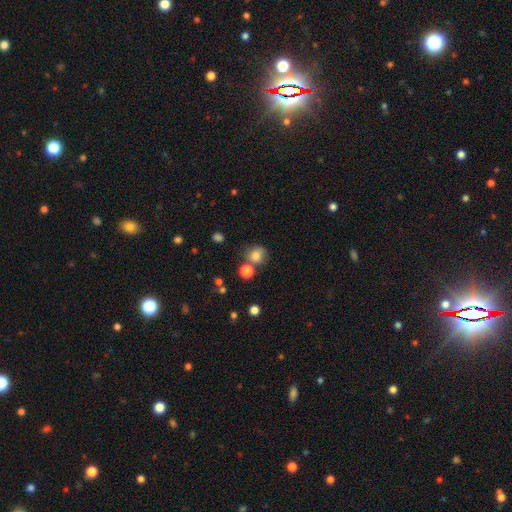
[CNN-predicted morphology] This appears to be a smooth galaxy with no disk features (78%) that is round (77%). Merging: none (63%).